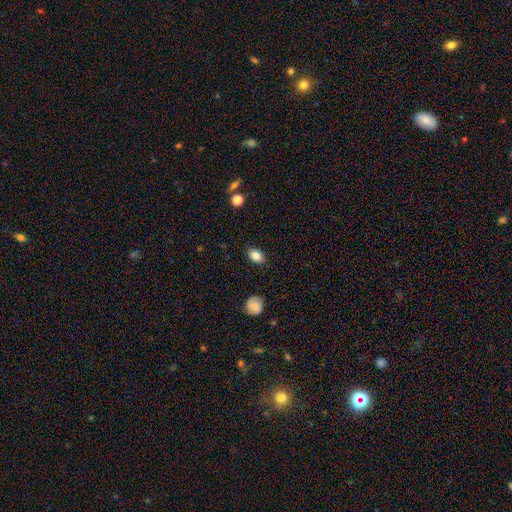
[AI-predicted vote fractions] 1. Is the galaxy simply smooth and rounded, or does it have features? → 84% smooth, 9% star or artifact, 7% featured or disk.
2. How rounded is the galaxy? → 81% in between, 17% round, 2% cigar-shaped.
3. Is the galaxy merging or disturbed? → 86% none, 10% minor disturbance, 2% major disturbance, 1% merger.